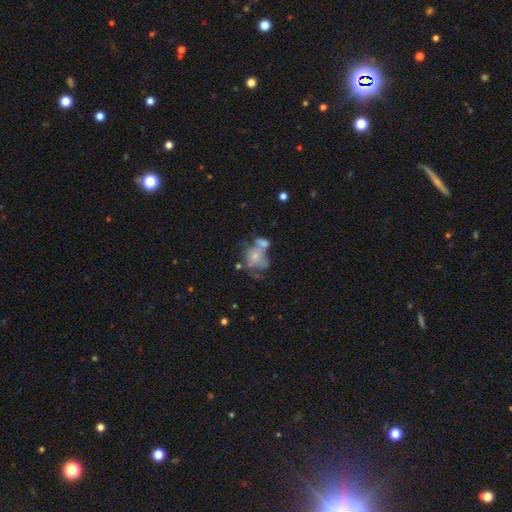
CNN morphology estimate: smooth 52%, featured or disk 38%, star or artifact 10%. Down the decision tree: how rounded — in between (58%); merging — merger (46%).